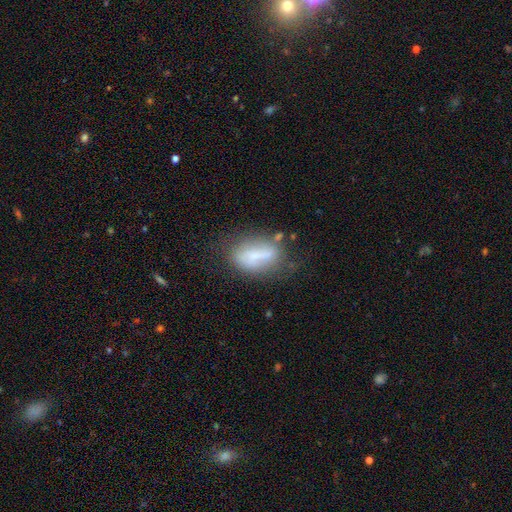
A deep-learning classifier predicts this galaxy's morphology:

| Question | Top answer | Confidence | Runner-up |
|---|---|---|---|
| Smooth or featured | smooth | 57% | featured or disk (33%) |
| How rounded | in between | 78% | cigar-shaped (14%) |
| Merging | none | 51% | minor disturbance (26%) |